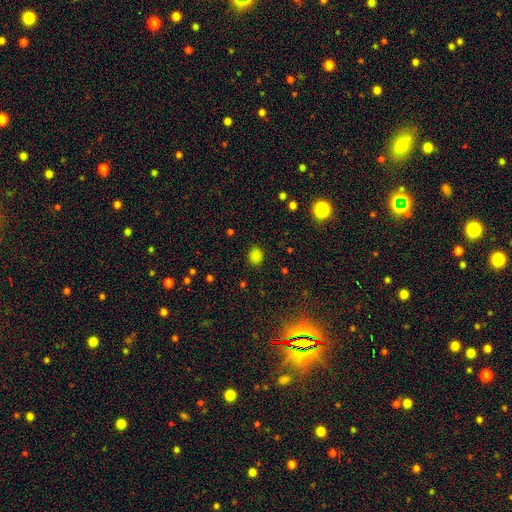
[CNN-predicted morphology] The model was most divided on "how rounded": round: 66%, in between: 33%, cigar-shaped: 1%. More confident: merging — none (86%); smooth or featured — smooth (81%).